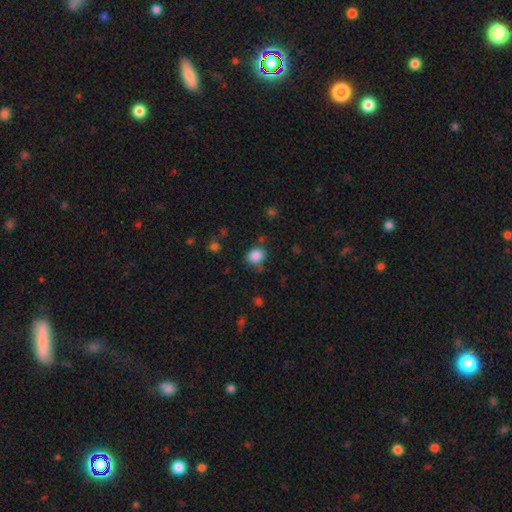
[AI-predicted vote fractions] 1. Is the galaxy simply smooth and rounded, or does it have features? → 85% smooth, 10% star or artifact, 4% featured or disk.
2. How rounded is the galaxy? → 58% round, 41% in between, 1% cigar-shaped.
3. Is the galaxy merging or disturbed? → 71% none, 18% minor disturbance, 5% major disturbance, 5% merger.